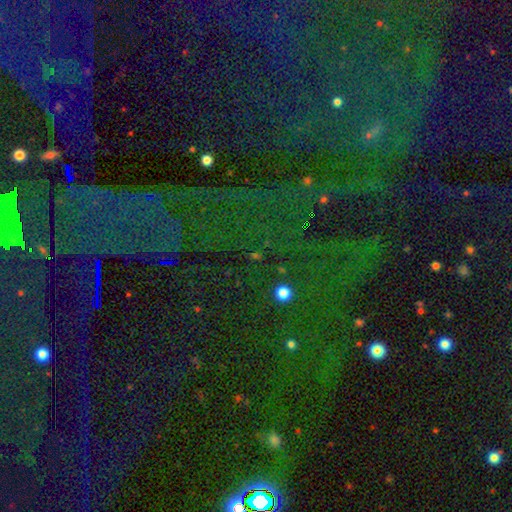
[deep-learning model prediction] This appears to be a star or artifact, not a galaxy (63%).